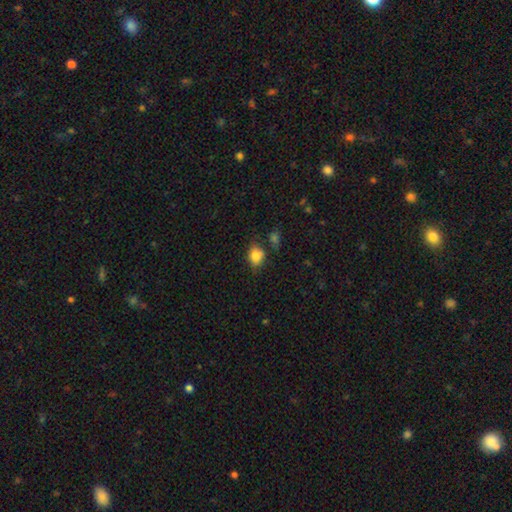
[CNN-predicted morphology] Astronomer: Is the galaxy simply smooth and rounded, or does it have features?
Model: smooth — 77%.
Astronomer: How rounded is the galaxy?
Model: in between — 57% (runner-up: round, 41%).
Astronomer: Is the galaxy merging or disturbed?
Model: none — 60%.